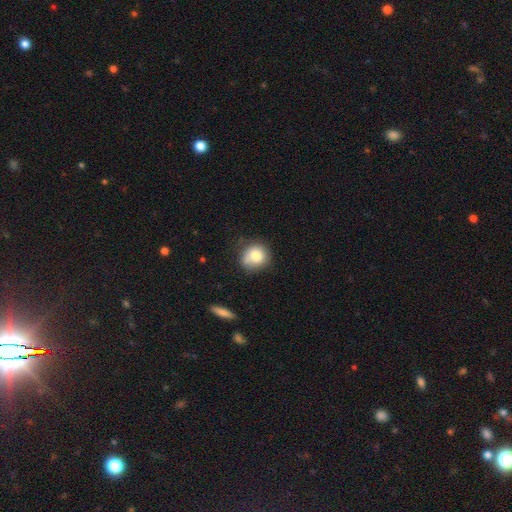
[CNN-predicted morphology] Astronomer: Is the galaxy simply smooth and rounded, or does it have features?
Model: smooth — 78%.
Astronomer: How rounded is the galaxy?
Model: round — 84%.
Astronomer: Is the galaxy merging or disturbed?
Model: none — 64%.